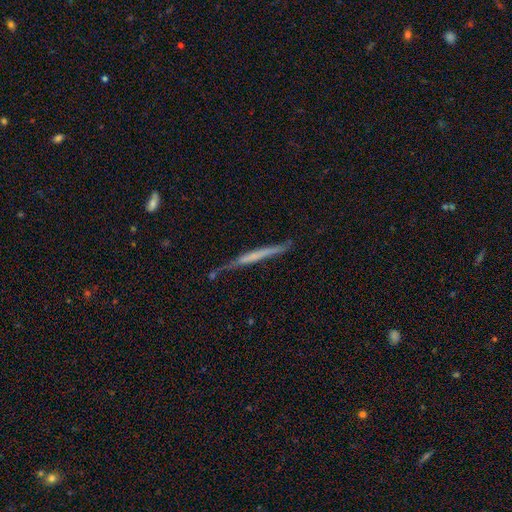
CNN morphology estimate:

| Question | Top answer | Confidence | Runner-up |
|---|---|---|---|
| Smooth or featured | featured or disk | 53% | smooth (41%) |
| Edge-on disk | yes | 93% | no (7%) |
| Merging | none | 65% | minor disturbance (24%) |